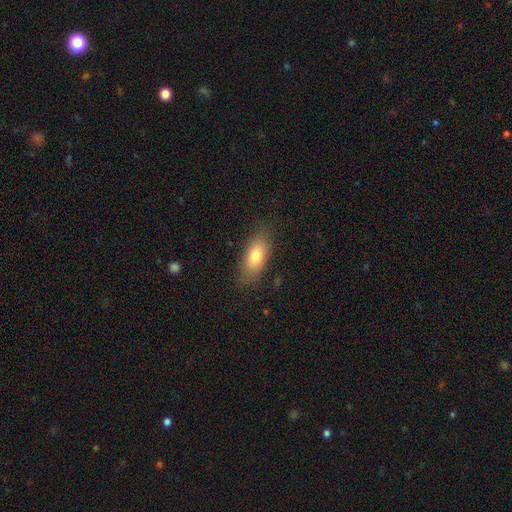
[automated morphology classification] type=smooth (77%); roundness=in between (83%); merging=none (82%).